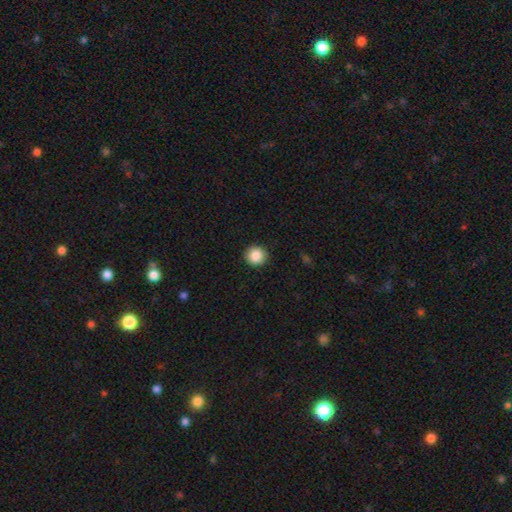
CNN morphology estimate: A smooth galaxy with no disk features (88%) that is round (92%).

Vote fractions:
- Smooth or featured? smooth: 88% / star or artifact: 9% / featured or disk: 4%
- How rounded? round: 92% / in between: 7% / cigar-shaped: 1%
- Merging? none: 92% / minor disturbance: 6% / major disturbance: 2% / merger: 1%